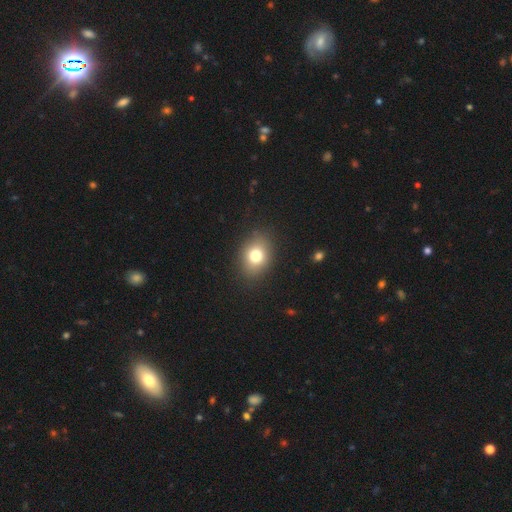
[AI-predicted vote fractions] Smooth or featured? smooth (77%)
How rounded? in between (63%)
Merging? none (86%)